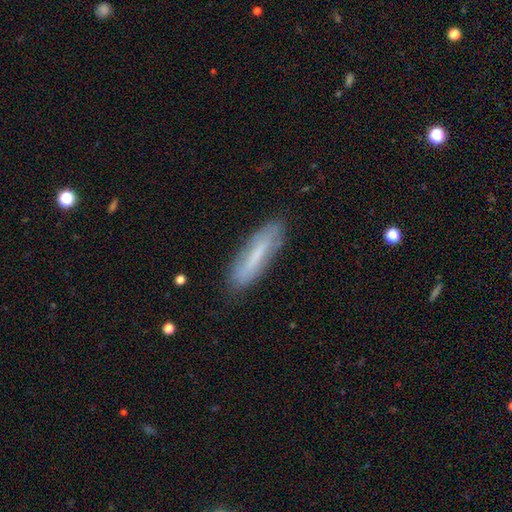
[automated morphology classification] smooth-or-featured: smooth: 59% | featured or disk: 34% | star or artifact: 7%
  how-rounded: cigar-shaped: 70% | in between: 28% | round: 1%
  merging: none: 81% | minor disturbance: 14% | major disturbance: 3% | merger: 1%